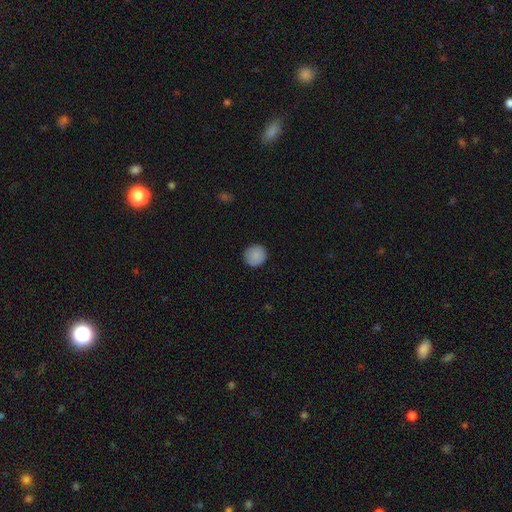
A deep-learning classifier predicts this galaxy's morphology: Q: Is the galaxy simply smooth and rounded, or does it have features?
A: smooth — 88%.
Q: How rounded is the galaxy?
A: round — 90%.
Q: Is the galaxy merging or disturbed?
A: none — 89%.